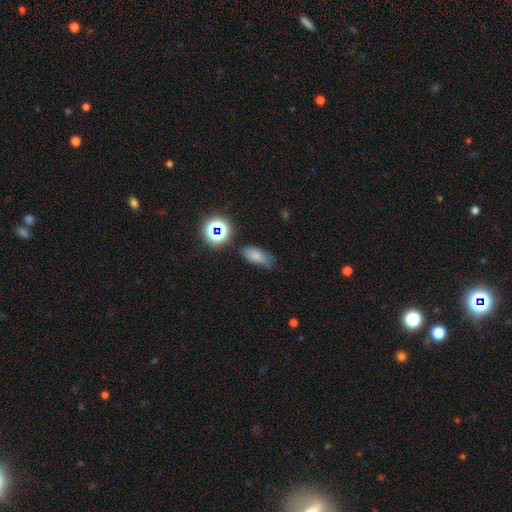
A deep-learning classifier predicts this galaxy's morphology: The model was most divided on "merging": none: 56%, minor disturbance: 30%, major disturbance: 9%, merger: 4%. More confident: how rounded — in between (82%); smooth or featured — smooth (72%).